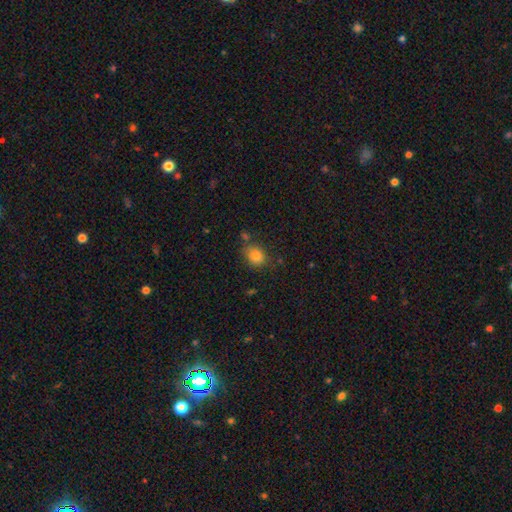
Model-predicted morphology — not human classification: This is clearly a smooth galaxy (82%). How rounded: possibly round (50%). Merging: likely none (69%).